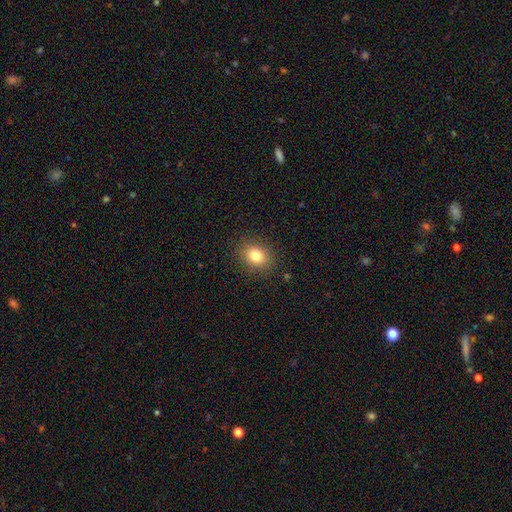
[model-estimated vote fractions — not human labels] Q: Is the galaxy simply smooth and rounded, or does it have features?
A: smooth — 81%.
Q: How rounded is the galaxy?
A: round — 51%.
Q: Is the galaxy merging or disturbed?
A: none — 88%.